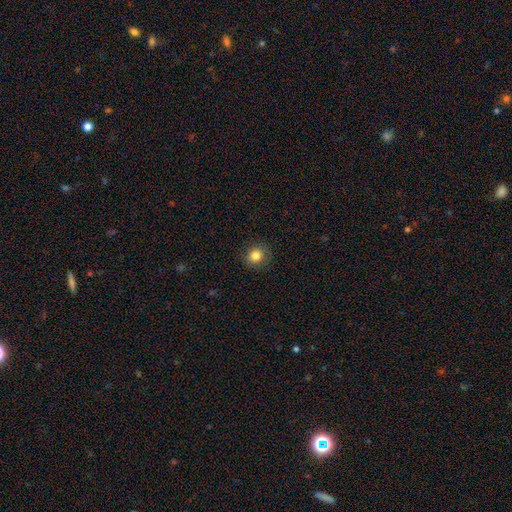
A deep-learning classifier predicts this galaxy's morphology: Smooth or featured: smooth — 83% (star or artifact — 11%)
How rounded: round — 87% (in between — 12%)
Merging: none — 87% (minor disturbance — 9%)